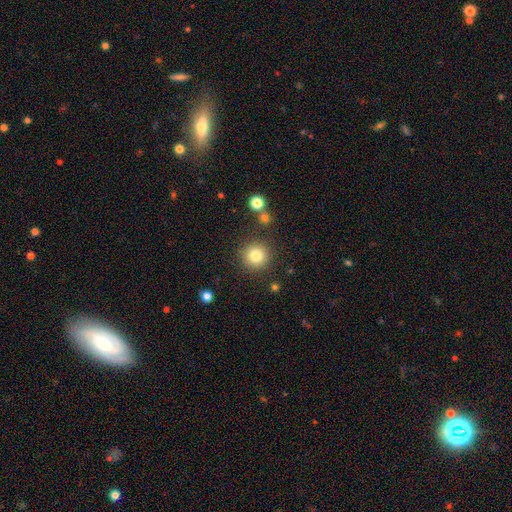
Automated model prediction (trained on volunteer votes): This appears to be a smooth galaxy with no disk features (81%) that is round (95%). Merging: none (87%).